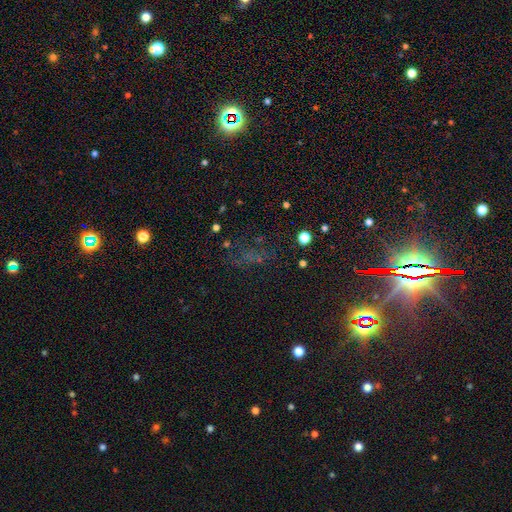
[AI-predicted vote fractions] Overall: star or artifact (76%).